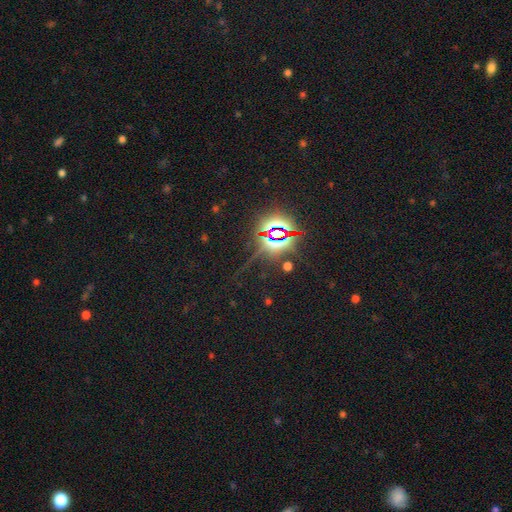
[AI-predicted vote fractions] Q: Smooth or featured?
A: star or artifact (85%); runner-up: smooth (9%)